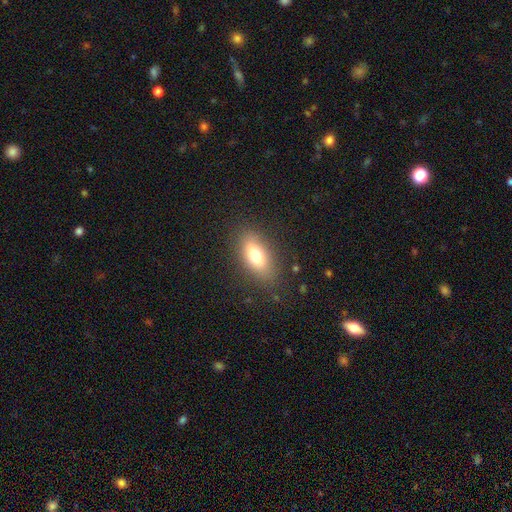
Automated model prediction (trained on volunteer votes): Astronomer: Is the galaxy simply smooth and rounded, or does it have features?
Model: smooth — 72%.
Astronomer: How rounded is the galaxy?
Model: in between — 80%.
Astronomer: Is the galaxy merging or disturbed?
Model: none — 83%.